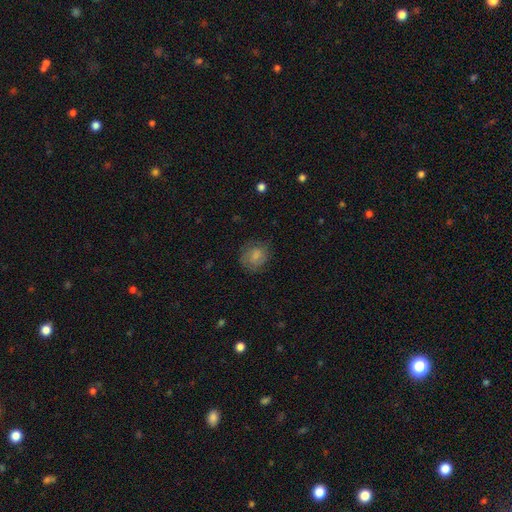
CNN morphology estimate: Smooth or featured? smooth (70%)
How rounded? round (69%)
Merging? none (72%)